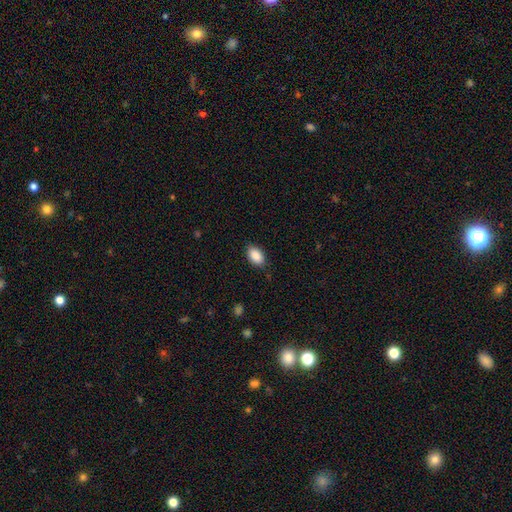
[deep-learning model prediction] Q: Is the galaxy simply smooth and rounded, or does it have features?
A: smooth — 90%.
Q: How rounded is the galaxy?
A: in between — 92%.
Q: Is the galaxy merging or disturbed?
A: none — 84%.